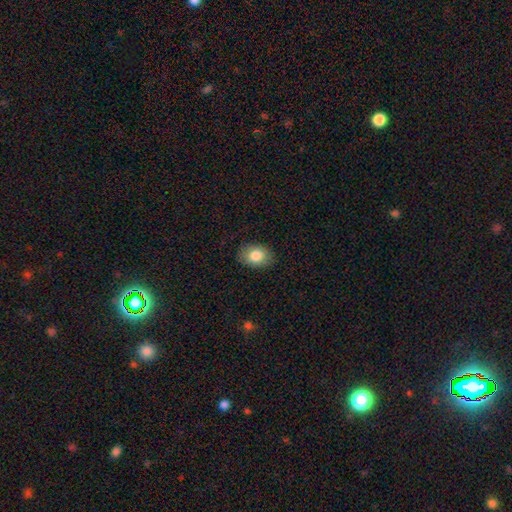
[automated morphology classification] This is clearly a smooth galaxy (83%). How rounded: likely in between (78%). Merging: clearly none (86%).